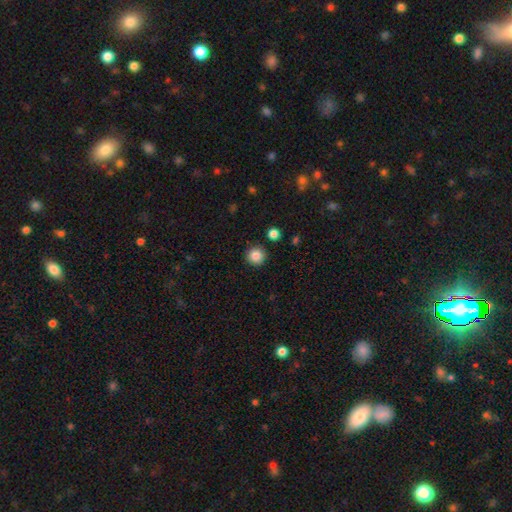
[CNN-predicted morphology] Smooth or featured? Predicted: smooth (p=0.86). How rounded? Predicted: round (p=0.95). Merging? Predicted: none (p=0.90).